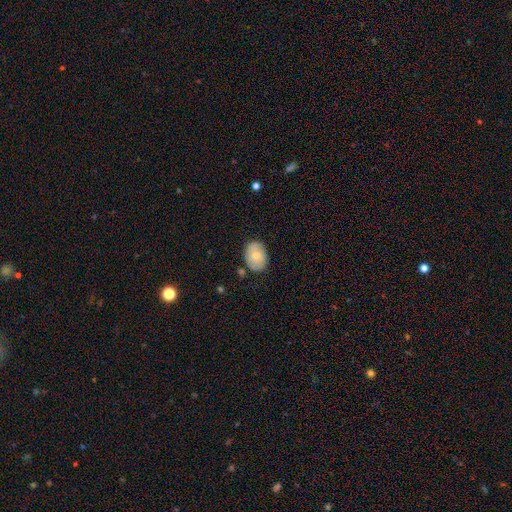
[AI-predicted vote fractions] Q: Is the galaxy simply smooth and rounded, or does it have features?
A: smooth — 75%.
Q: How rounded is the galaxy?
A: in between — 75%.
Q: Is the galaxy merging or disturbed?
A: none — 77%.